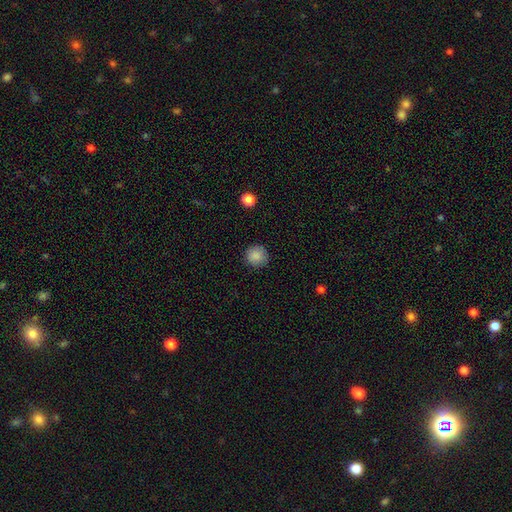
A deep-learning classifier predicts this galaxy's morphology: This appears to be a smooth galaxy with no disk features (87%) that is round (94%). Merging: none (89%).